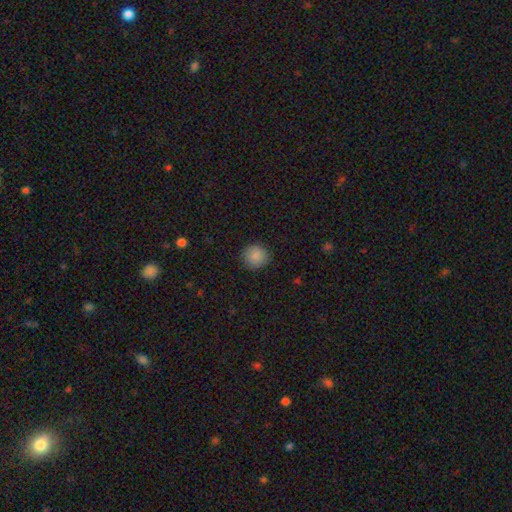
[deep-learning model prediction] A smooth galaxy with no disk features (87%) that is round (92%). Merging: none (89%).